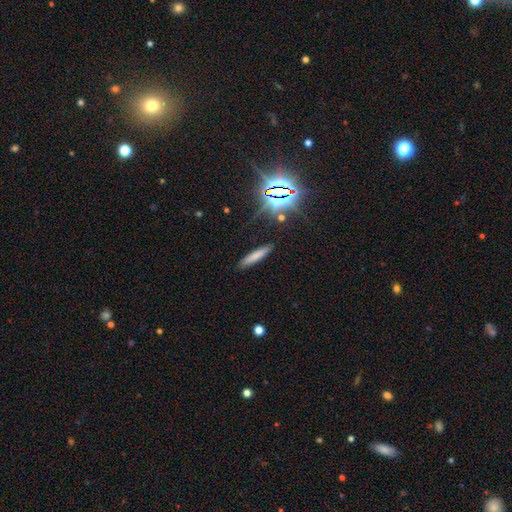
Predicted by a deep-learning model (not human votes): A smooth galaxy with no disk features (71%) that is cigar-shaped (88%). Merging: none (88%).